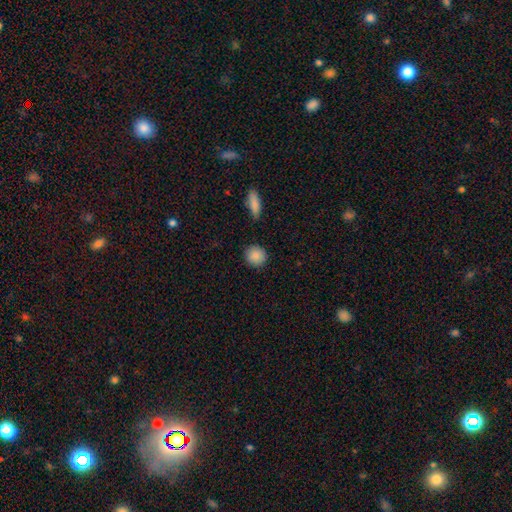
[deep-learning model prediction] This is clearly a smooth galaxy (89%). How rounded: clearly round (89%). Merging: clearly none (88%).